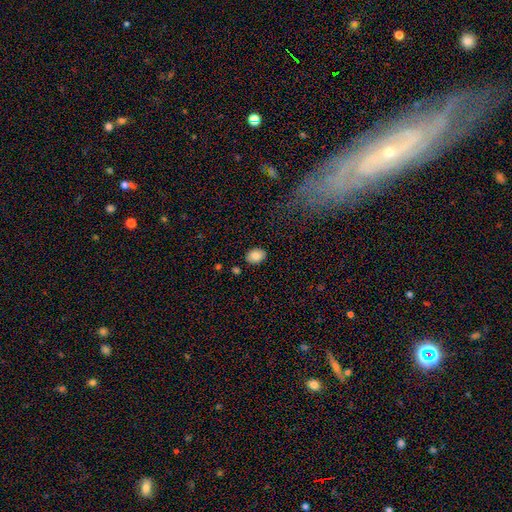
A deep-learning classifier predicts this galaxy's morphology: A smooth galaxy with no disk features (86%) that is in between round and cigar-shaped (72%). Merging: none (86%).